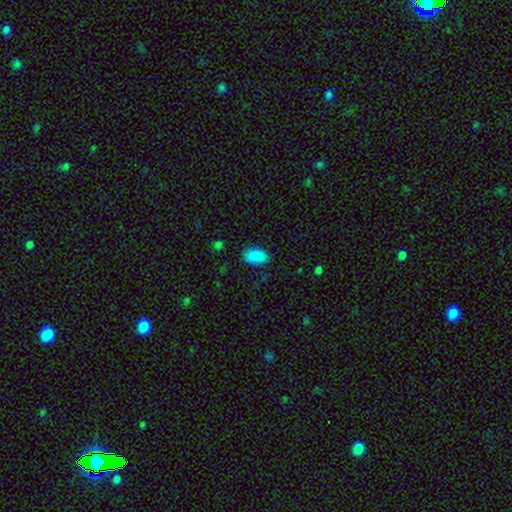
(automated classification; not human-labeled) A smooth galaxy with no disk features (89%) that is in between round and cigar-shaped (92%). Merging: none (84%).